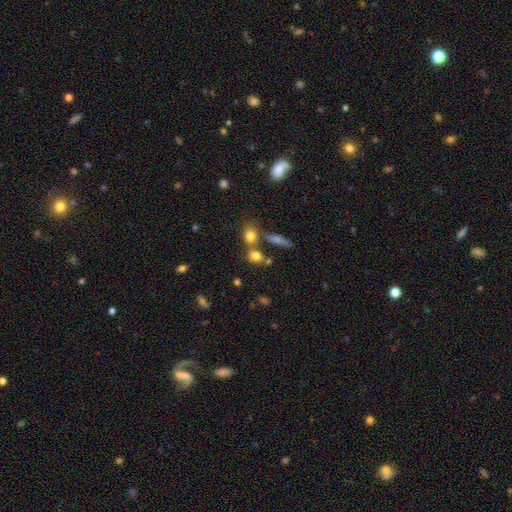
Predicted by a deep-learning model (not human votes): smooth-or-featured: smooth: 76% | star or artifact: 13% | featured or disk: 11%
  how-rounded: round: 61% | in between: 35% | cigar-shaped: 4%
  merging: none: 52% | merger: 33% | minor disturbance: 11% | major disturbance: 5%